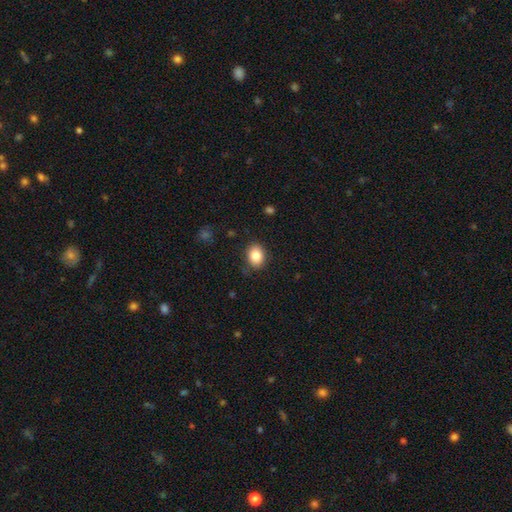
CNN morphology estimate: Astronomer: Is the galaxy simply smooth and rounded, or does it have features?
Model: smooth — 85%.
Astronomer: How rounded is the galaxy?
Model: in between — 63%.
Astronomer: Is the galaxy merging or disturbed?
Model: none — 84%.